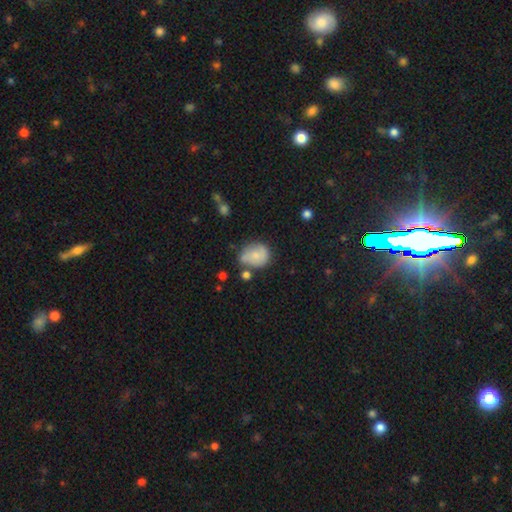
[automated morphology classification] A smooth galaxy with no disk features (67%) that is round (54%). Merging: none (51%).